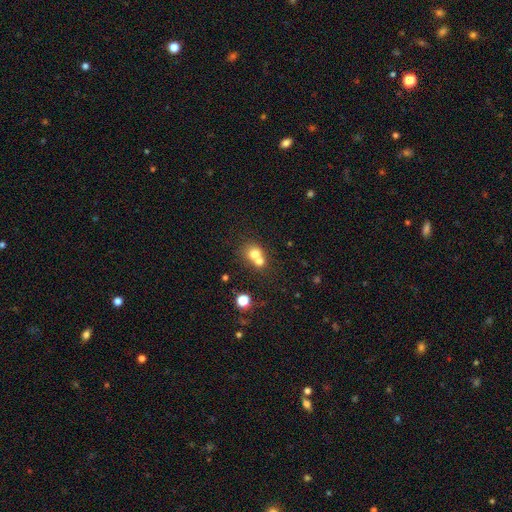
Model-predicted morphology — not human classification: This is likely a smooth galaxy (69%). How rounded: likely round (72%). Merging: likely merger (62%).